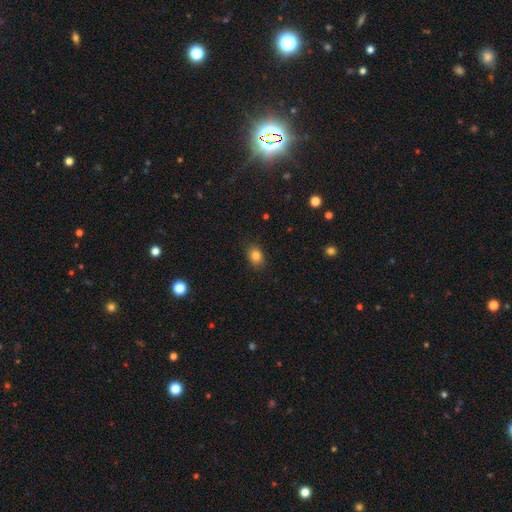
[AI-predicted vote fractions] smooth 83%, star or artifact 11%, featured or disk 6%. Down the decision tree: how rounded — in between (63%); merging — none (86%).